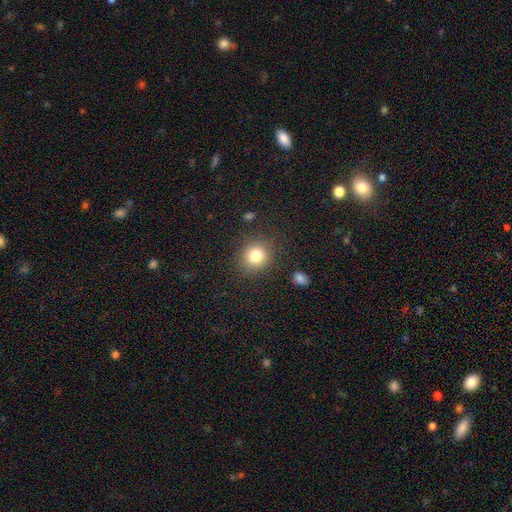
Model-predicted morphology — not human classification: Overall: smooth (81%). How rounded: round (83%). Merging: none (86%).